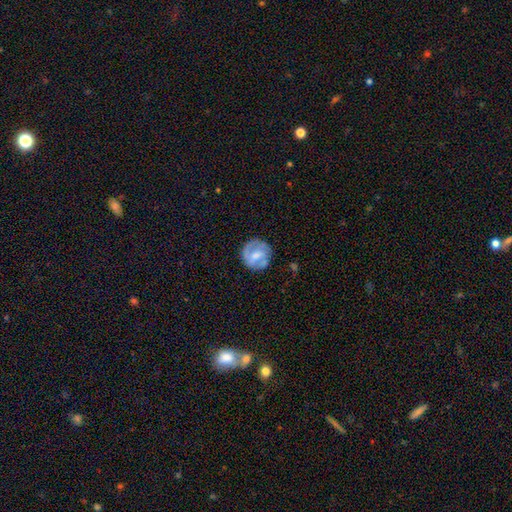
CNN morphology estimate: Smooth or featured? Predicted: featured or disk (p=0.52). Edge-on disk? Predicted: no (p=0.97). Bar? Predicted: no (p=0.43). Spiral arms? Predicted: yes (p=0.52). Bulge size? Predicted: moderate (p=0.51). Merging? Predicted: none (p=0.68).